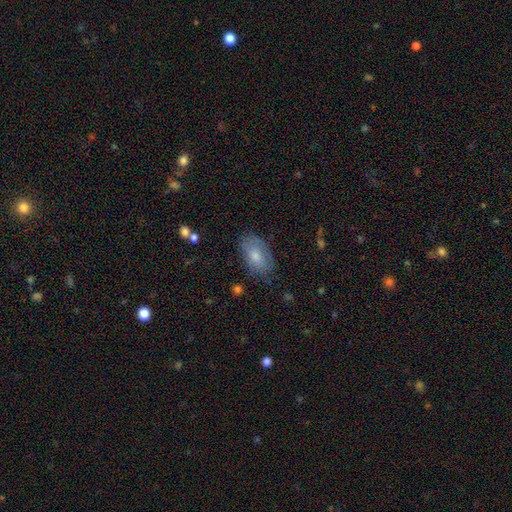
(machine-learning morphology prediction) Smooth or featured? smooth (71%)
How rounded? in between (93%)
Merging? none (73%)